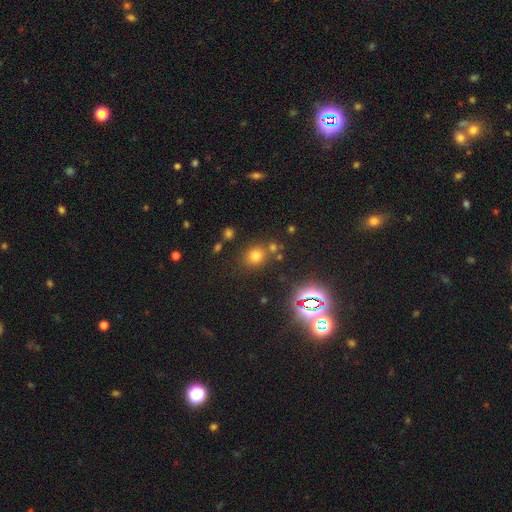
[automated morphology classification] Overall: smooth (68%). How rounded: round (79%). Merging: none (74%).